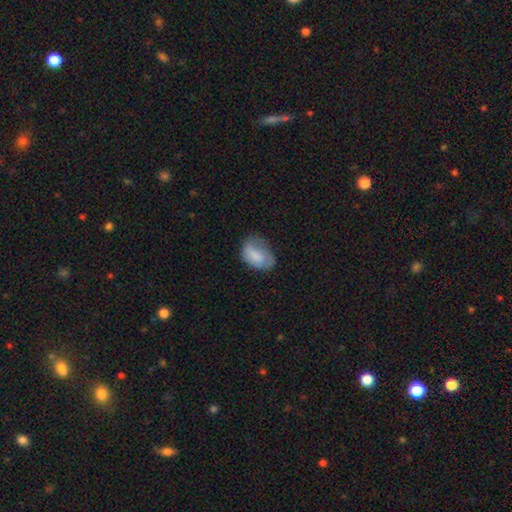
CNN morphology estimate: A smooth galaxy with no disk features (73%) that is in between round and cigar-shaped (81%). Merging: none (51%).